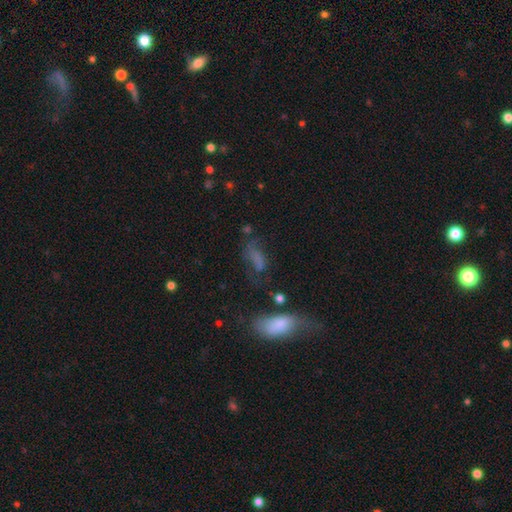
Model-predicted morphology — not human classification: Smooth or featured? smooth (58%)
How rounded? in between (70%)
Merging? none (45%)